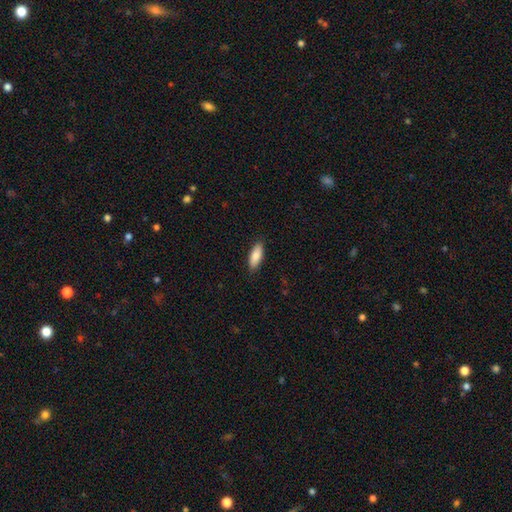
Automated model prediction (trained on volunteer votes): smooth_or_featured: smooth (p=0.85) [alt: featured or disk p=0.09]
how_rounded: in between (p=0.72) [alt: cigar-shaped p=0.26]
merging: none (p=0.88) [alt: minor disturbance p=0.09]